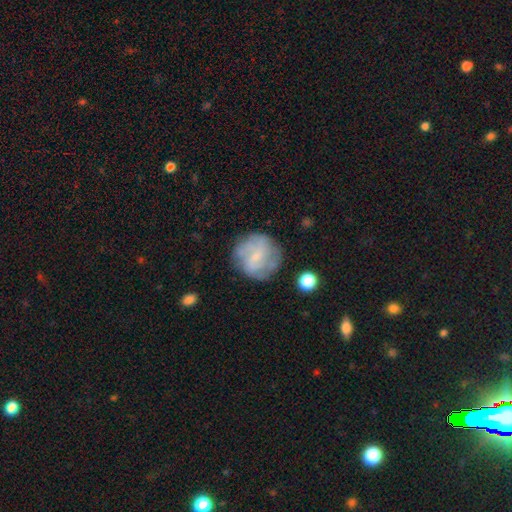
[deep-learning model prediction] This appears to be a featured or disk galaxy (52%) with a weak bar (48%), spiral arms (73%) and a small central bulge (58%). Merging: none (70%).